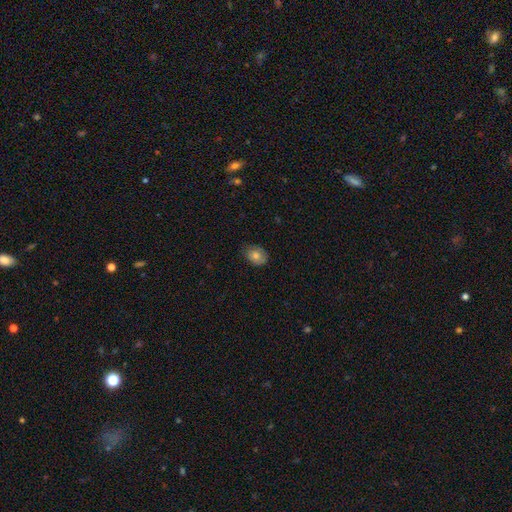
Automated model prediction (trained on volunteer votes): Smooth or featured?
  - smooth: 73% *
  - featured or disk: 18%
  - star or artifact: 9%
How rounded?
  - in between: 61% *
  - round: 38%
  - cigar-shaped: 1%
Merging?
  - none: 70% *
  - minor disturbance: 25%
  - major disturbance: 5%
  - merger: 1%